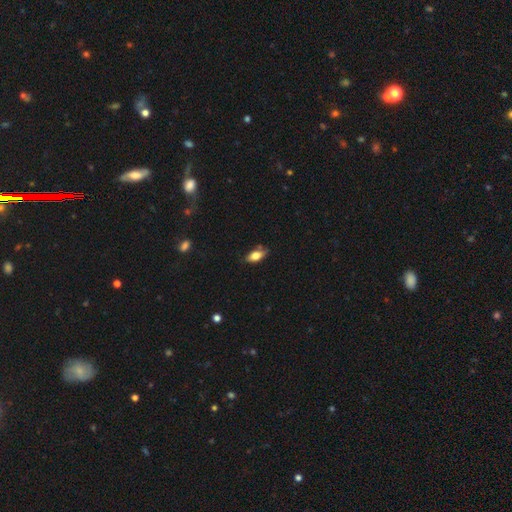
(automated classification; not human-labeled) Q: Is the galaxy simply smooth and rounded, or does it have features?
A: smooth — 76%.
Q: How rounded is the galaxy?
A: in between — 87%.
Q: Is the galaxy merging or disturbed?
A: none — 75%.